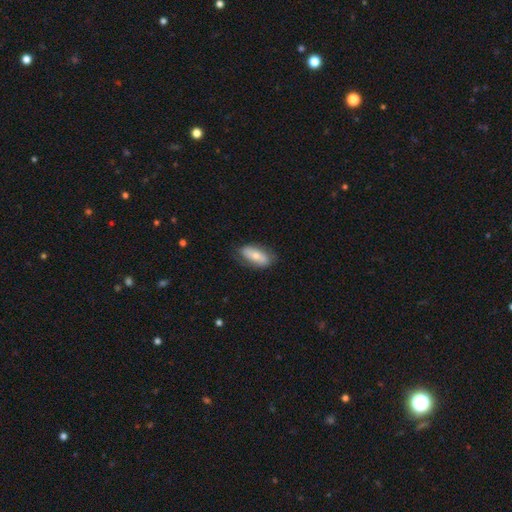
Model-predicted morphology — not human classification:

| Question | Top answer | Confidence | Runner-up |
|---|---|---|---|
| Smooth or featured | smooth | 60% | featured or disk (34%) |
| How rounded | in between | 85% | cigar-shaped (12%) |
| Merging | none | 73% | minor disturbance (20%) |